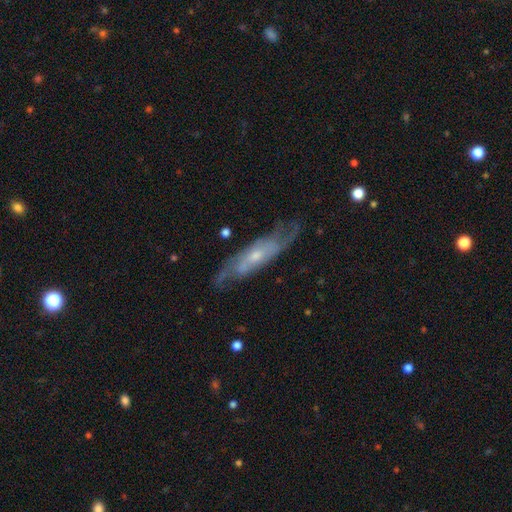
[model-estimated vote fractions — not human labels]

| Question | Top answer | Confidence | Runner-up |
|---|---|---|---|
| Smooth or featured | featured or disk | 78% | smooth (16%) |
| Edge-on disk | no | 72% | yes (28%) |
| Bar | no | 61% | weak (31%) |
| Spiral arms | yes | 89% | no (11%) |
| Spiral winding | medium | 43% | tight (37%) |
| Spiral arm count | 2 | 50% | can't tell (34%) |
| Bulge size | small | 55% | moderate (39%) |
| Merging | none | 70% | minor disturbance (19%) |